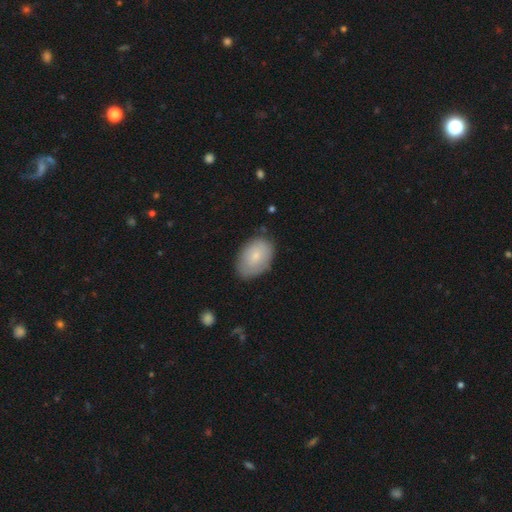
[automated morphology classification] Q: Smooth or featured?
A: smooth (74%); runner-up: featured or disk (19%)
Q: How rounded?
A: in between (86%); runner-up: round (13%)
Q: Merging?
A: none (76%); runner-up: minor disturbance (19%)